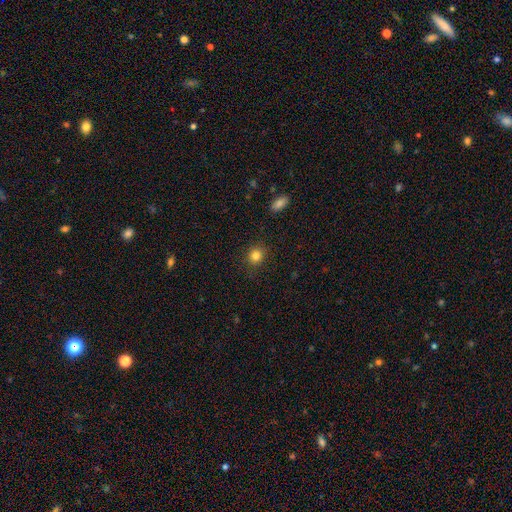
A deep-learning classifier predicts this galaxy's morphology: Q: Smooth or featured?
A: smooth (83%); runner-up: star or artifact (11%)
Q: How rounded?
A: round (77%); runner-up: in between (22%)
Q: Merging?
A: none (88%); runner-up: minor disturbance (9%)